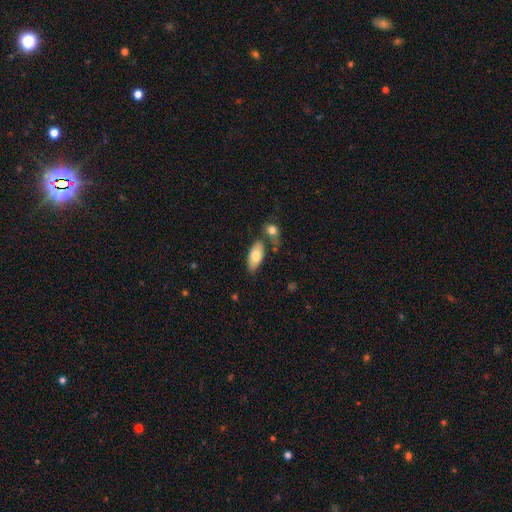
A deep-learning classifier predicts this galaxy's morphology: Smooth or featured: smooth — 75% (featured or disk — 19%)
How rounded: in between — 91% (cigar-shaped — 6%)
Merging: none — 65% (merger — 18%)